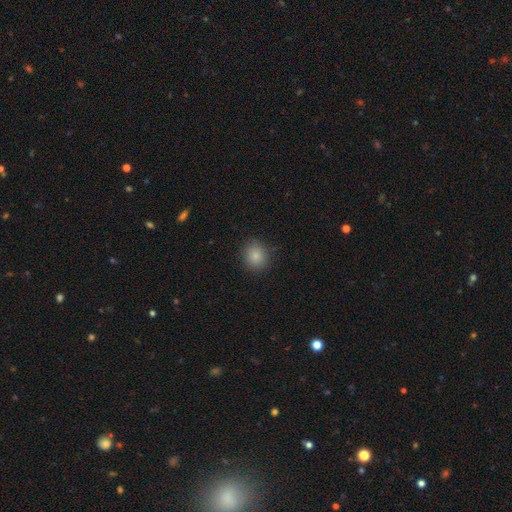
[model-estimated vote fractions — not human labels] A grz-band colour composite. It shows a smooth galaxy with no disk features (84%) that is round (78%). Merging: none (87%).